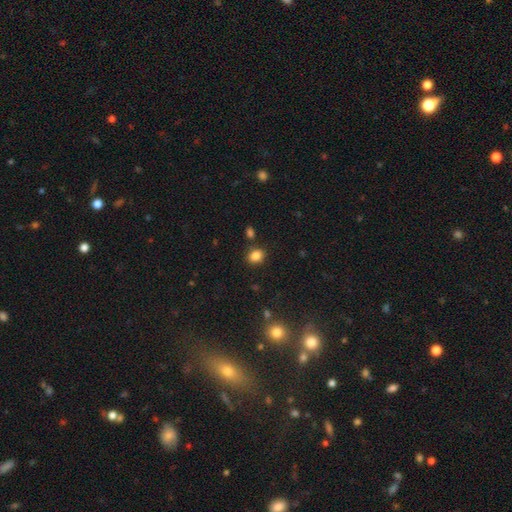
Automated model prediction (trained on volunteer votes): A smooth galaxy with no disk features (84%) that is round (59%).

Vote fractions:
- Smooth or featured? smooth: 84% / star or artifact: 11% / featured or disk: 5%
- How rounded? round: 59% / in between: 40% / cigar-shaped: 1%
- Merging? none: 82% / minor disturbance: 10% / merger: 5% / major disturbance: 3%